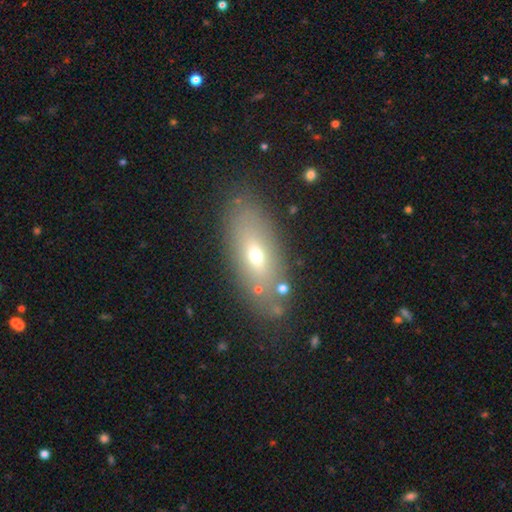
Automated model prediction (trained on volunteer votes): The model was most divided on "smooth or featured": smooth: 58%, featured or disk: 30%, star or artifact: 12%. More confident: merging — none (79%); how rounded — in between (73%).